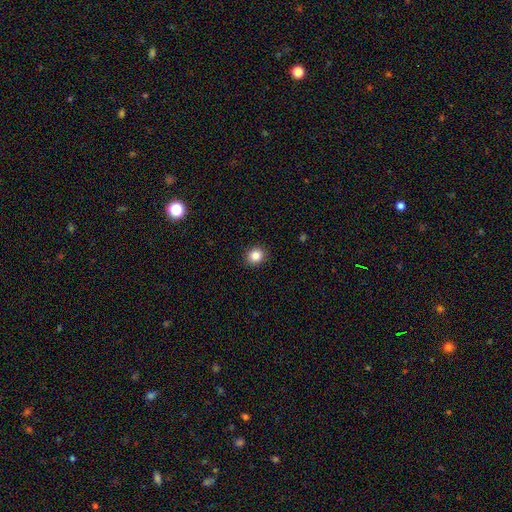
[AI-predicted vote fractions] Morphology: type=smooth (85%); roundness=round (81%); merging=none (92%).